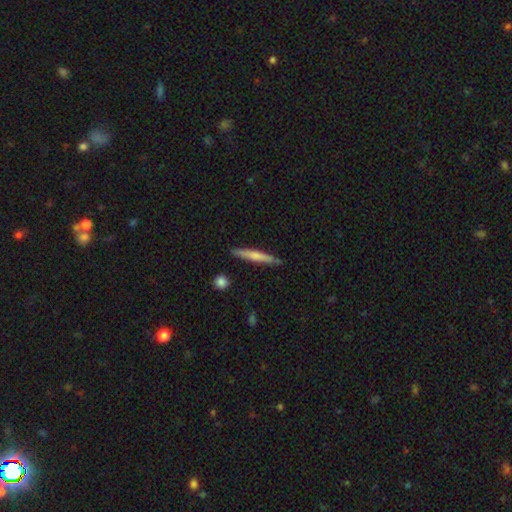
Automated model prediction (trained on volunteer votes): smooth_or_featured: smooth (p=0.59) [alt: featured or disk p=0.36]
how_rounded: cigar-shaped (p=0.95) [alt: in between p=0.04]
merging: none (p=0.85) [alt: minor disturbance p=0.11]